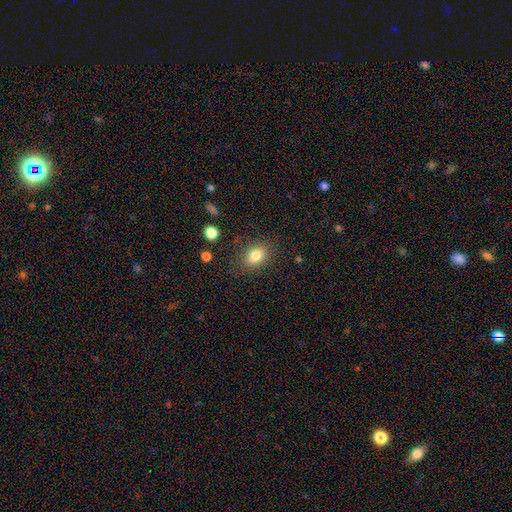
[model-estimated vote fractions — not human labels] A smooth galaxy with no disk features (82%) that is in between round and cigar-shaped (72%). Merging: none (81%).